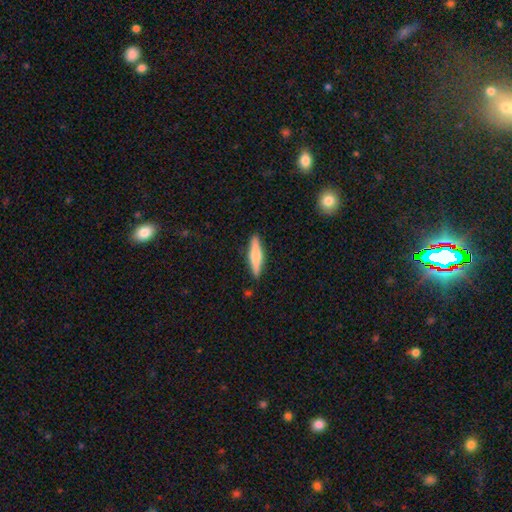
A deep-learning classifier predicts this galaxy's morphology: Smooth or featured: smooth — 52% (featured or disk — 42%)
How rounded: cigar-shaped — 79% (in between — 19%)
Merging: none — 89% (minor disturbance — 8%)